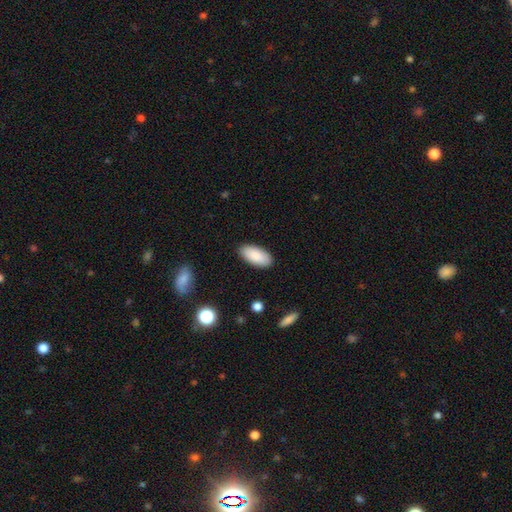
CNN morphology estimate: A smooth galaxy with no disk features (89%) that is in between round and cigar-shaped (93%).

Vote fractions:
- Smooth or featured? smooth: 89% / star or artifact: 6% / featured or disk: 5%
- How rounded? in between: 93% / cigar-shaped: 6% / round: 2%
- Merging? none: 88% / minor disturbance: 8% / major disturbance: 2% / merger: 1%